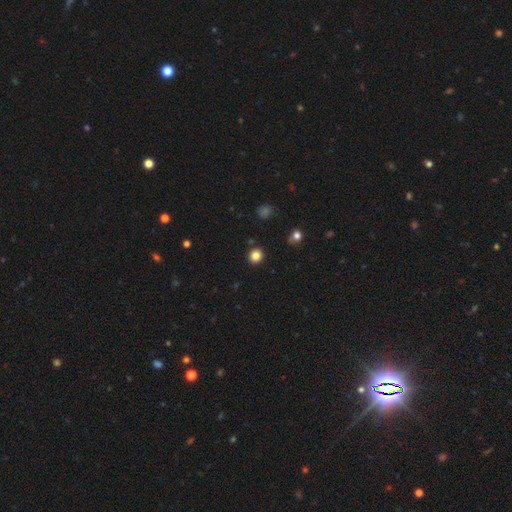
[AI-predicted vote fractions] The model was most divided on "smooth or featured": smooth: 84%, star or artifact: 12%, featured or disk: 4%. More confident: how rounded — round (91%); merging — none (91%).